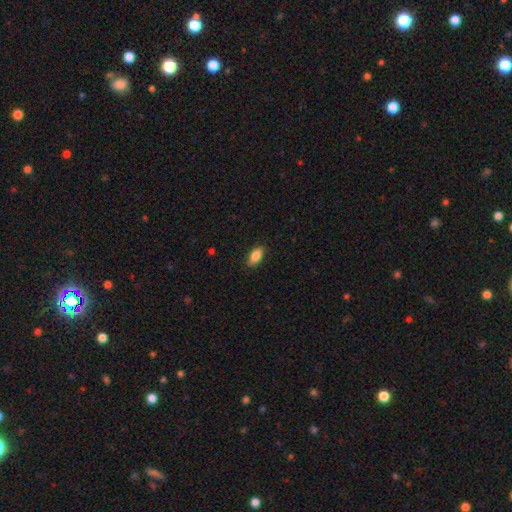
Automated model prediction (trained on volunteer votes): Smooth or featured? Predicted: smooth (p=0.85). How rounded? Predicted: in between (p=0.87). Merging? Predicted: none (p=0.85).